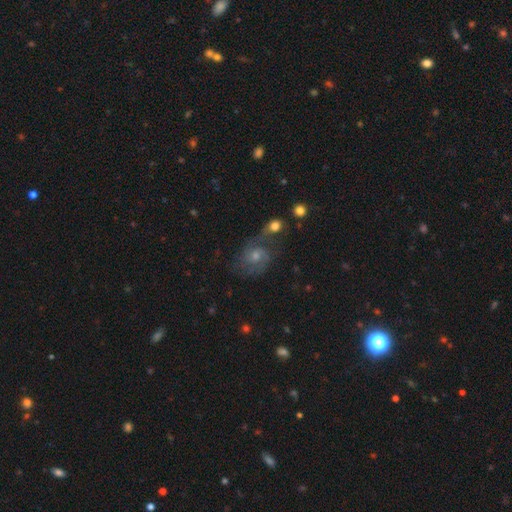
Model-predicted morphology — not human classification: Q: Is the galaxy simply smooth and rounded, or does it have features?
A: featured or disk — 66%.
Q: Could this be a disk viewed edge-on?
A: no — 97%.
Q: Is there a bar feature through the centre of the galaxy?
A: no — 64%.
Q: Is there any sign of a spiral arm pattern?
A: yes — 90%.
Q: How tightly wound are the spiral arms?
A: medium — 49%.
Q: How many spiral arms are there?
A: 2 — 71%.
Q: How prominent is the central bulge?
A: moderate — 53%.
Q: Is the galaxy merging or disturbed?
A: none — 57%.